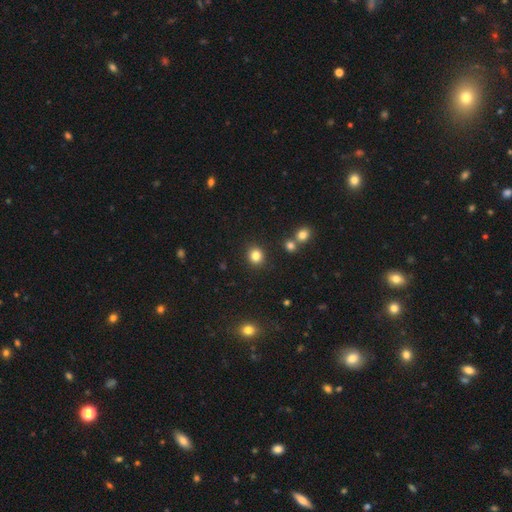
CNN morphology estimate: The model was most divided on "how rounded": round: 85%, in between: 14%, cigar-shaped: 1%. More confident: merging — none (88%); smooth or featured — smooth (83%).